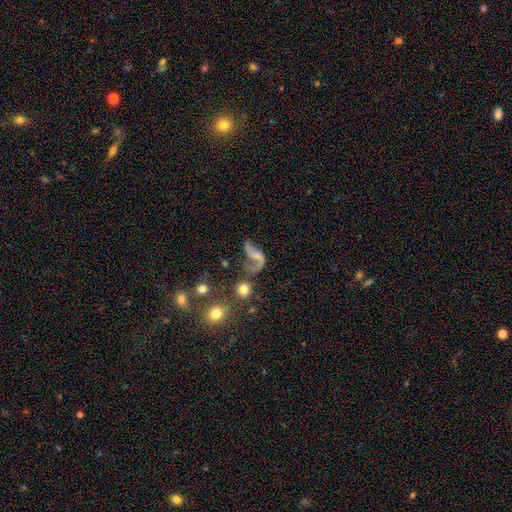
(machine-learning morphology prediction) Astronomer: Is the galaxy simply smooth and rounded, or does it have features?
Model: featured or disk — 67%.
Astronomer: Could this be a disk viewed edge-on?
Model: no — 96%.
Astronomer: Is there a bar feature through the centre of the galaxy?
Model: no — 56%.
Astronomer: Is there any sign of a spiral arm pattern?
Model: yes — 82%.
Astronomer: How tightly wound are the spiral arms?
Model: loose — 86%.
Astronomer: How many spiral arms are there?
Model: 2 — 72%.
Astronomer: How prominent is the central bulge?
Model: none — 46% (runner-up: small, 36%).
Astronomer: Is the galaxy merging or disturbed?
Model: major disturbance — 38% (runner-up: none, 31%).